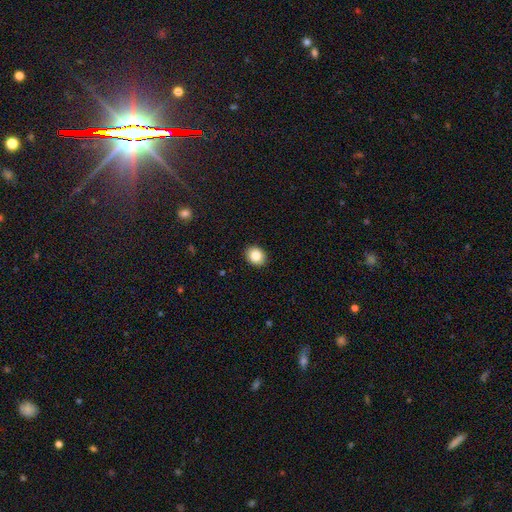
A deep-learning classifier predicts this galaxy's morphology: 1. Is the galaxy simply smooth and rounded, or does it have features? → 84% smooth, 9% star or artifact, 7% featured or disk.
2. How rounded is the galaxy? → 53% round, 47% in between, 1% cigar-shaped.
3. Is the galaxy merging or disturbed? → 91% none, 6% minor disturbance, 2% major disturbance, 1% merger.